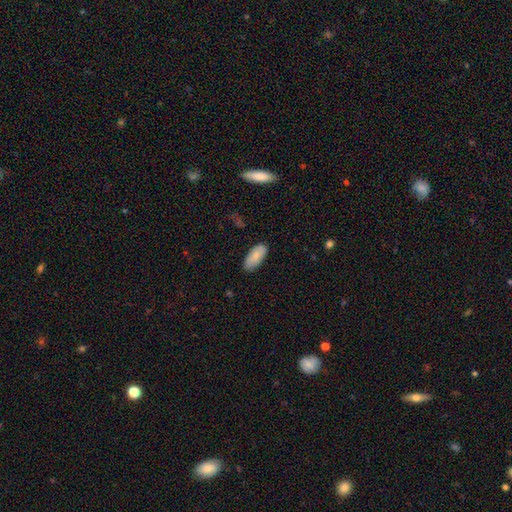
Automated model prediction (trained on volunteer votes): This appears to be a smooth galaxy with no disk features (83%) that is in between round and cigar-shaped (89%). Merging: none (84%).